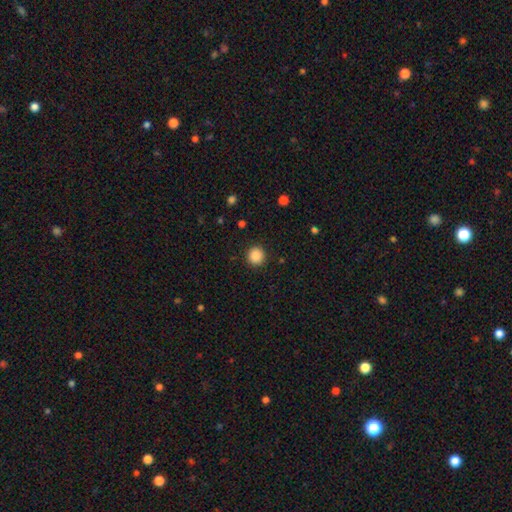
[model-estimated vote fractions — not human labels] The model was most divided on "smooth or featured": smooth: 88%, star or artifact: 10%, featured or disk: 2%. More confident: how rounded — round (94%); merging — none (91%).